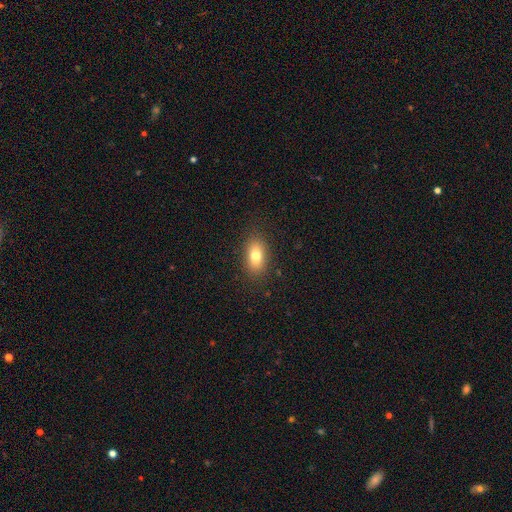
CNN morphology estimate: type=smooth (78%); roundness=in between (86%); merging=none (87%).